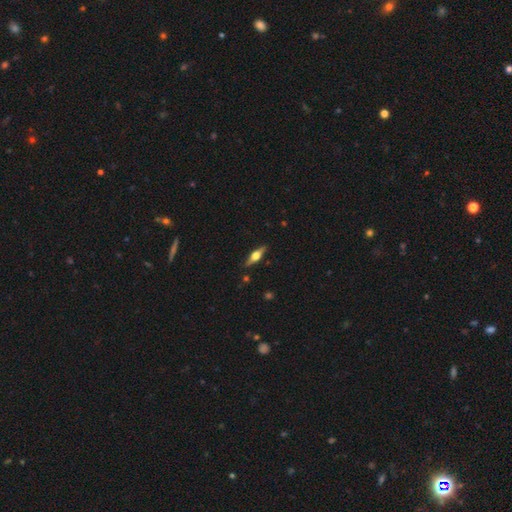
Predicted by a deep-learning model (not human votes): A featured or disk galaxy (68%) viewed edge-on (96%) with a rounded central bulge (94%). Merging: none (88%).